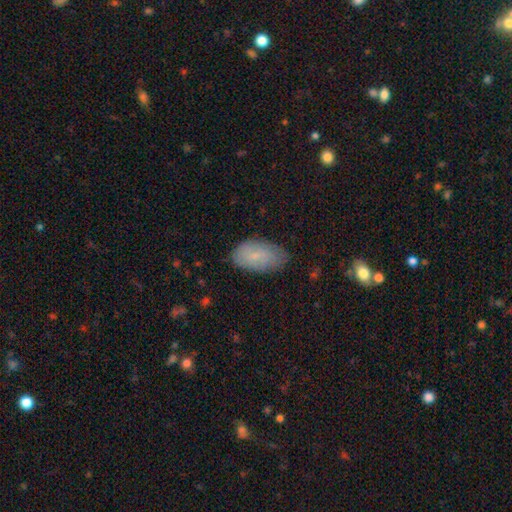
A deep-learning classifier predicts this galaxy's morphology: The model was most divided on "merging": none: 75%, minor disturbance: 20%, major disturbance: 4%, merger: 1%. More confident: how rounded — in between (94%); smooth or featured — smooth (75%).